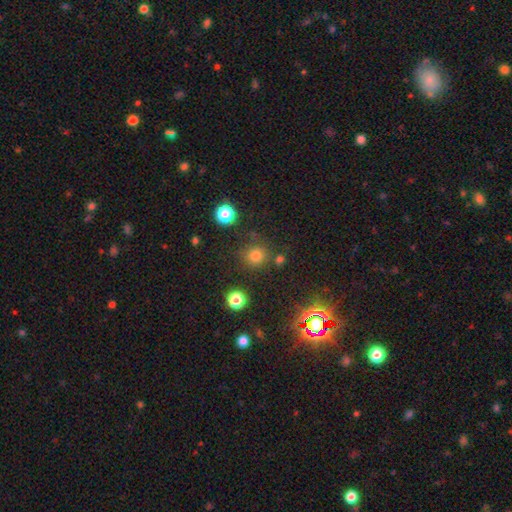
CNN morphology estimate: Smooth or featured?
  - smooth: 73% *
  - star or artifact: 21%
  - featured or disk: 6%
How rounded?
  - round: 91% *
  - in between: 8%
  - cigar-shaped: 1%
Merging?
  - none: 79% *
  - minor disturbance: 10%
  - merger: 6%
  - major disturbance: 4%